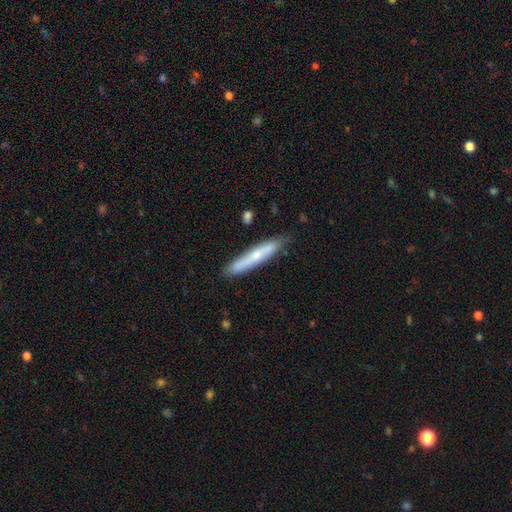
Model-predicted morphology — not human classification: Smooth or featured? Predicted: smooth (p=0.53). How rounded? Predicted: cigar-shaped (p=0.92). Merging? Predicted: none (p=0.82).